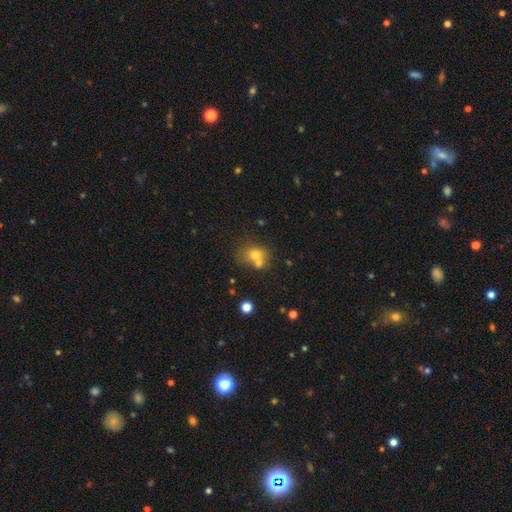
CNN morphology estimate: Smooth or featured?
  - smooth: 69% *
  - featured or disk: 18%
  - star or artifact: 13%
How rounded?
  - round: 61% *
  - in between: 38%
  - cigar-shaped: 1%
Merging?
  - merger: 48% *
  - none: 37%
  - minor disturbance: 10%
  - major disturbance: 5%